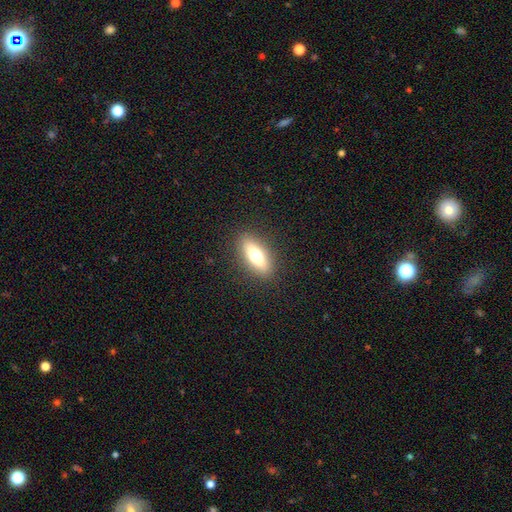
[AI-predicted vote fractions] Morphology: type=smooth (67%); roundness=in between (67%); merging=none (88%).